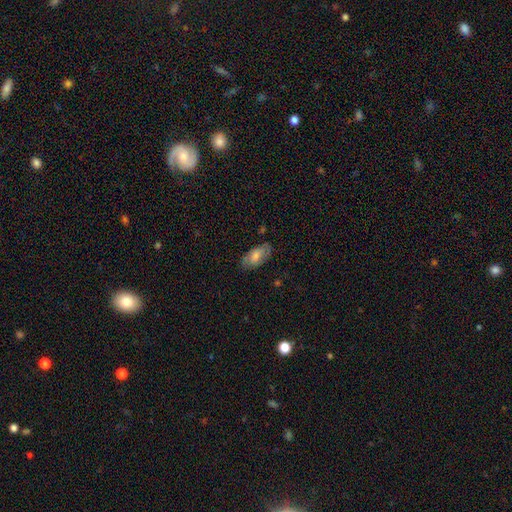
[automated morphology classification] The model was most divided on "smooth or featured": smooth: 55%, featured or disk: 37%, star or artifact: 8%. More confident: how rounded — in between (91%); merging — none (79%).